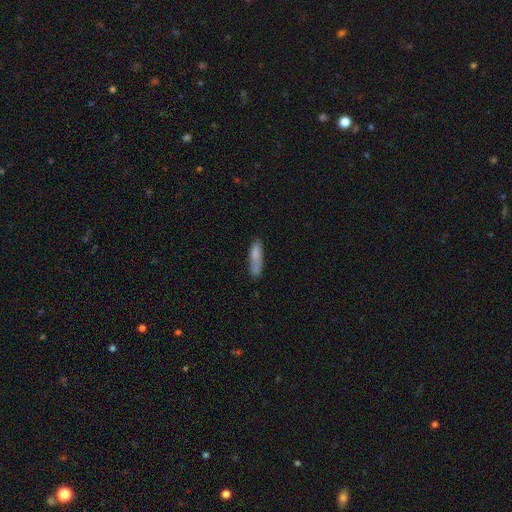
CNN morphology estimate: smooth_or_featured: smooth (p=0.78) [alt: featured or disk p=0.15]
how_rounded: cigar-shaped (p=0.71) [alt: in between p=0.27]
merging: none (p=0.64) [alt: minor disturbance p=0.23]